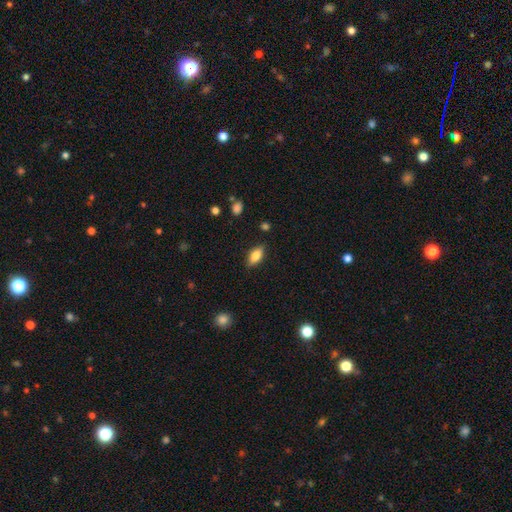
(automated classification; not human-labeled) Smooth or featured? smooth (75%)
How rounded? in between (85%)
Merging? none (84%)